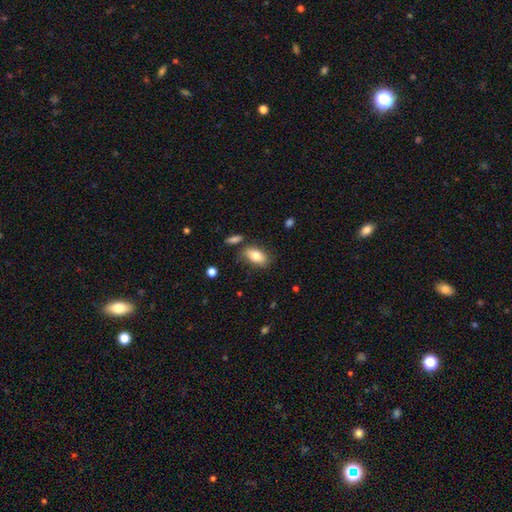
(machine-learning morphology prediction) type=smooth (79%); roundness=in between (90%); merging=none (73%).